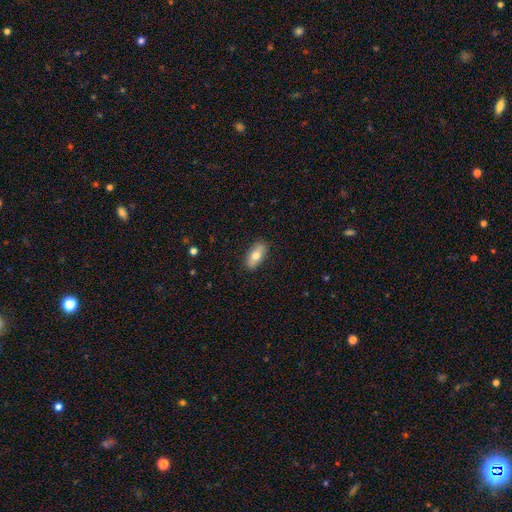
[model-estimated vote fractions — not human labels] Q: Smooth or featured?
A: smooth (70%); runner-up: featured or disk (23%)
Q: How rounded?
A: in between (82%); runner-up: cigar-shaped (15%)
Q: Merging?
A: none (87%); runner-up: minor disturbance (10%)